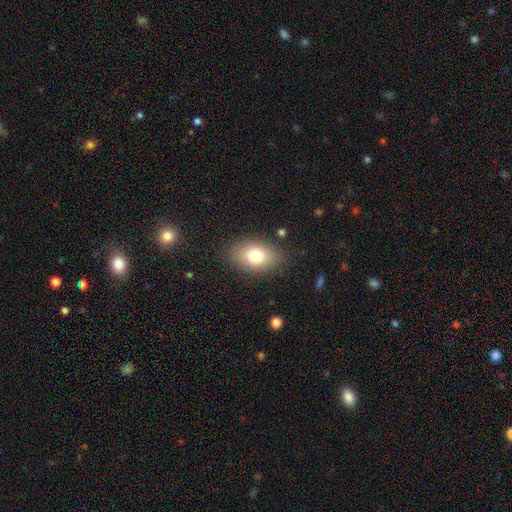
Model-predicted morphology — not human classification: Smooth or featured: smooth — 76% (featured or disk — 14%)
How rounded: in between — 85% (round — 13%)
Merging: none — 84% (minor disturbance — 11%)